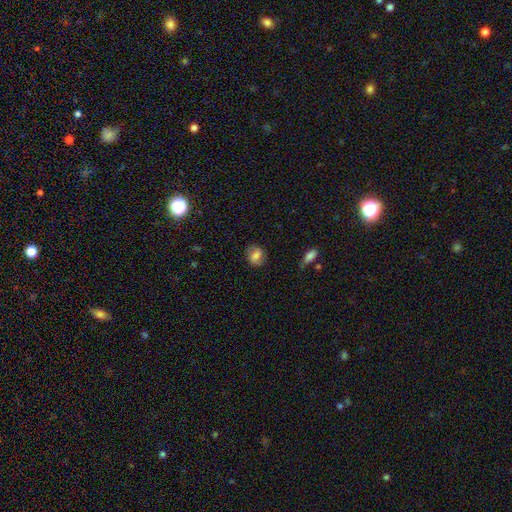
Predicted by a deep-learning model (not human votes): The model was most divided on "how rounded": round: 60%, in between: 39%, cigar-shaped: 2%. More confident: merging — none (79%); smooth or featured — smooth (65%).